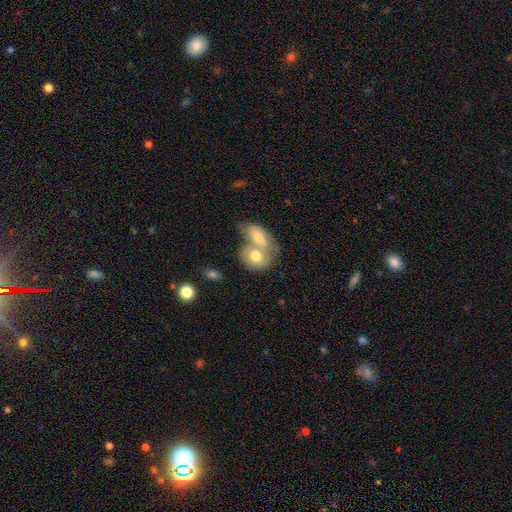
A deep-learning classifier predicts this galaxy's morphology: Overall: smooth (71%). How rounded: in between (64%; round 33%). Merging: merger (72%).